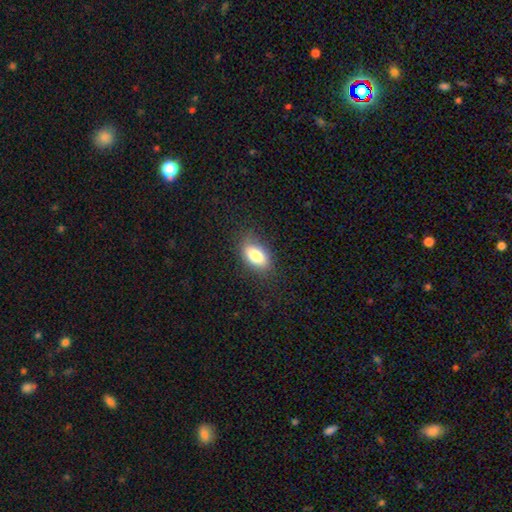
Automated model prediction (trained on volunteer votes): smooth_or_featured: smooth (p=0.80) [alt: featured or disk p=0.12]
how_rounded: in between (p=0.89) [alt: round p=0.07]
merging: none (p=0.80) [alt: minor disturbance p=0.14]